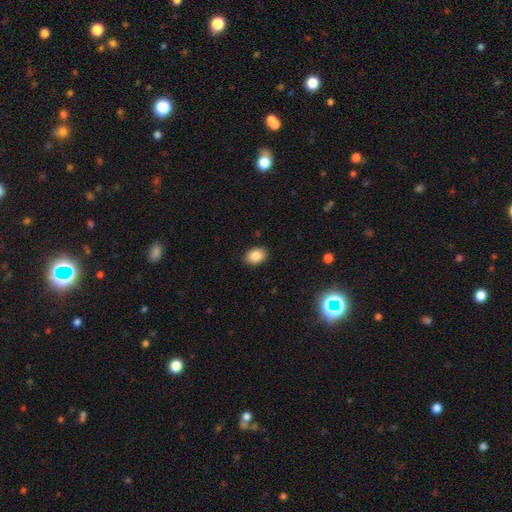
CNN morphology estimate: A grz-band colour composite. It shows a smooth galaxy with no disk features (87%) that is in between round and cigar-shaped (79%). Merging: none (89%).